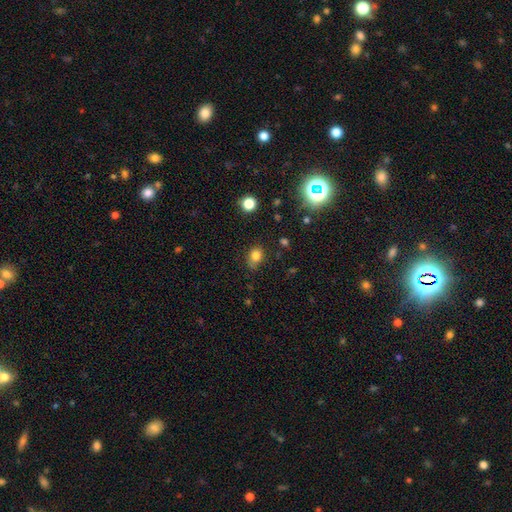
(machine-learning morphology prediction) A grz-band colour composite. It shows a smooth galaxy with no disk features (80%) that is round (51%). Merging: none (69%).